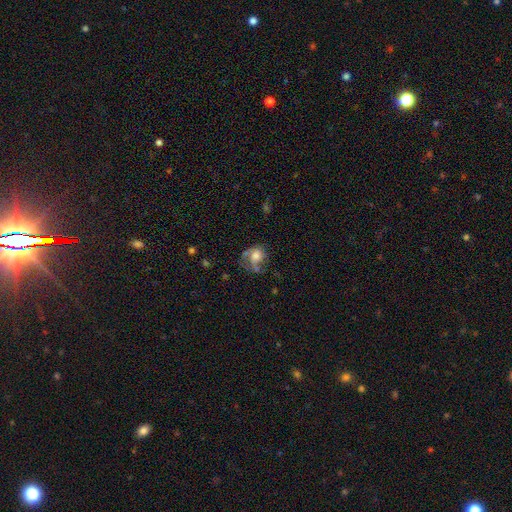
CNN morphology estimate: A smooth galaxy with no disk features (47%).

Vote fractions:
- Smooth or featured? smooth: 47% / featured or disk: 43% / star or artifact: 10%
- Merging? none: 37% / major disturbance: 34% / minor disturbance: 25% / merger: 5%